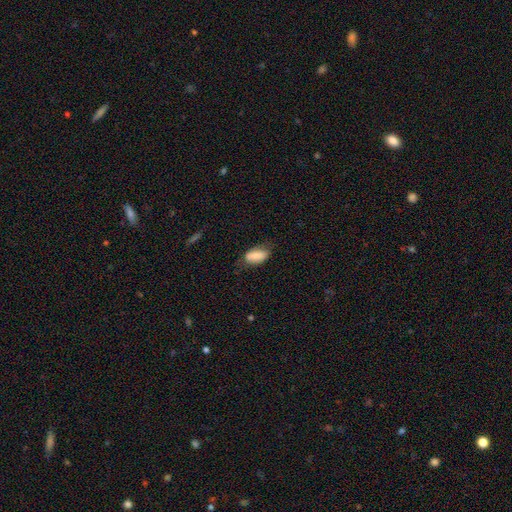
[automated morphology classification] This is likely a smooth galaxy (76%). How rounded: clearly in between (89%). Merging: possibly none (59%).